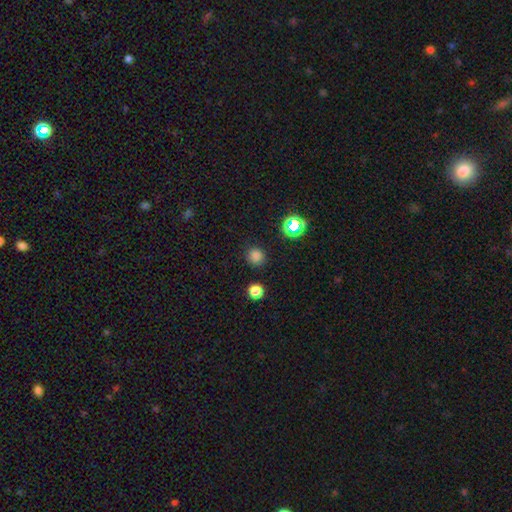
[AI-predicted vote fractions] A smooth galaxy with no disk features (78%) that is round (91%). Merging: none (89%).